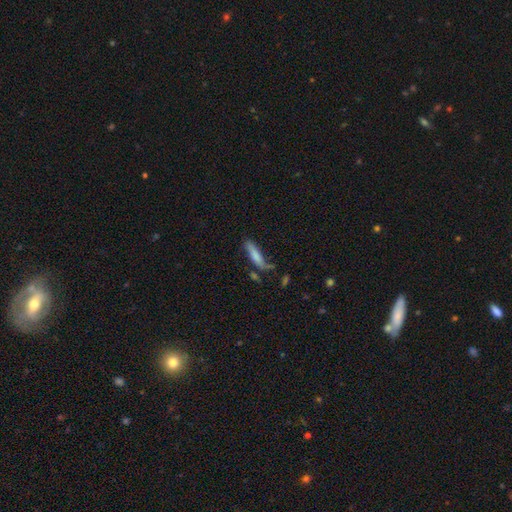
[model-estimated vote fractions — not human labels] Q: Smooth or featured?
A: smooth (73%); runner-up: featured or disk (20%)
Q: How rounded?
A: cigar-shaped (76%); runner-up: in between (22%)
Q: Merging?
A: none (54%); runner-up: minor disturbance (26%)